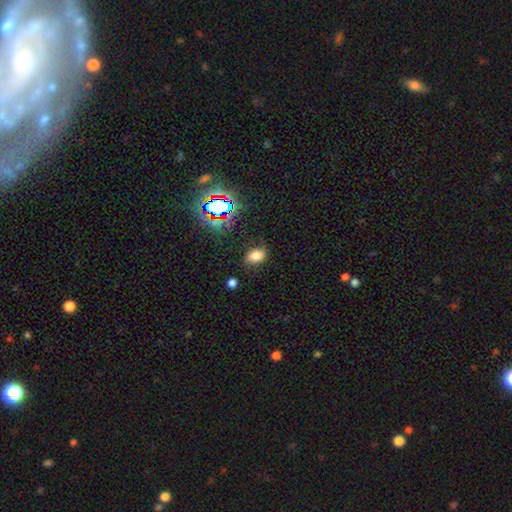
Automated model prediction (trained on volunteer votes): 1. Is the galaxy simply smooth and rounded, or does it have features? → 70% smooth, 17% star or artifact, 12% featured or disk.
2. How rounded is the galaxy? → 80% in between, 18% round, 1% cigar-shaped.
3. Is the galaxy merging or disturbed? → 73% none, 19% minor disturbance, 6% major disturbance, 2% merger.